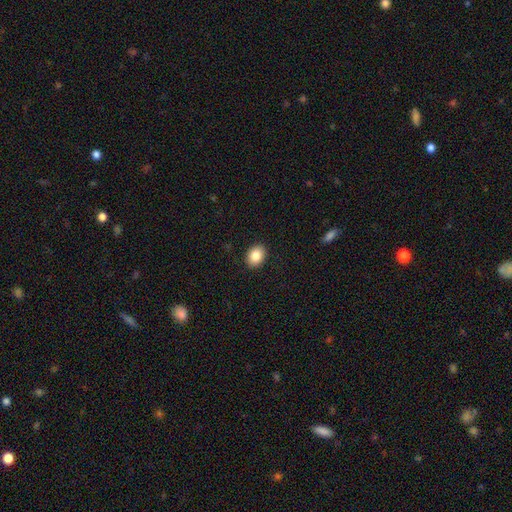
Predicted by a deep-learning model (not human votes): Smooth or featured? Predicted: smooth (p=0.86). How rounded? Predicted: in between (p=0.66). Merging? Predicted: none (p=0.90).